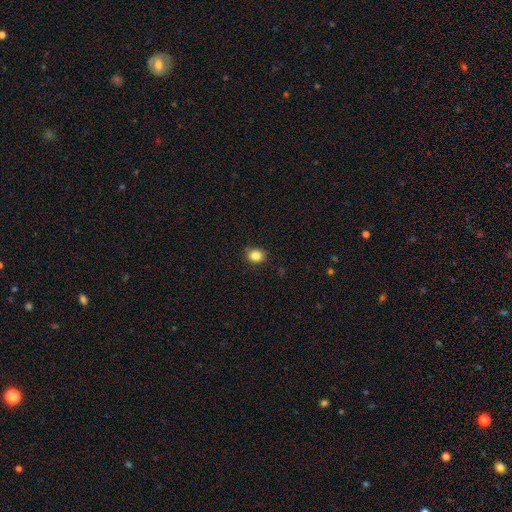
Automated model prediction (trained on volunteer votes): A smooth galaxy with no disk features (84%) that is round (60%). Merging: none (87%).